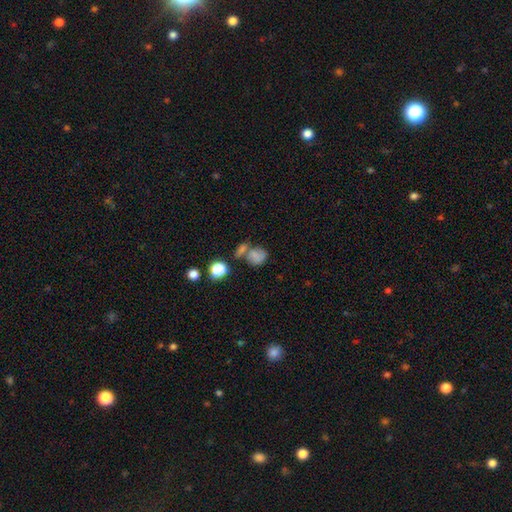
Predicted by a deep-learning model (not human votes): Overall: smooth (73%). How rounded: round (51%; in between 47%). Merging: merger (42%; none 35%).